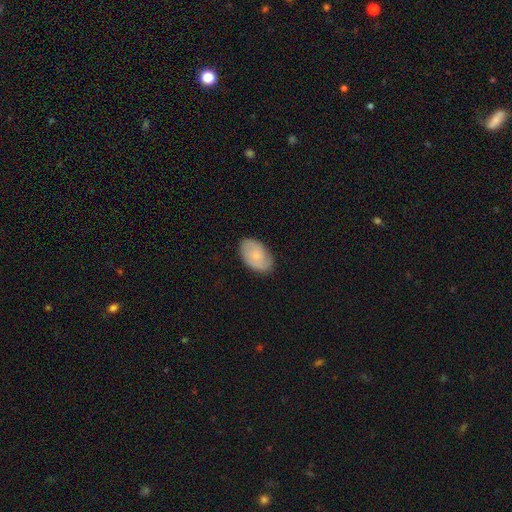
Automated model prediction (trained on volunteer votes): This is likely a smooth galaxy (63%). How rounded: clearly in between (91%). Merging: clearly none (82%).